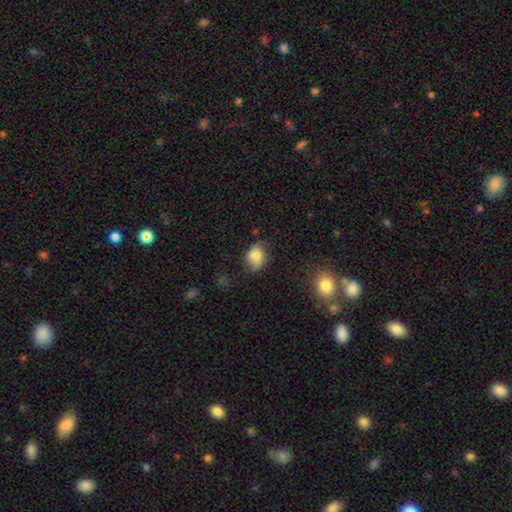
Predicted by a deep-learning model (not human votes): Morphology: type=smooth (66%); roundness=in between (60%); merging=none (51%).